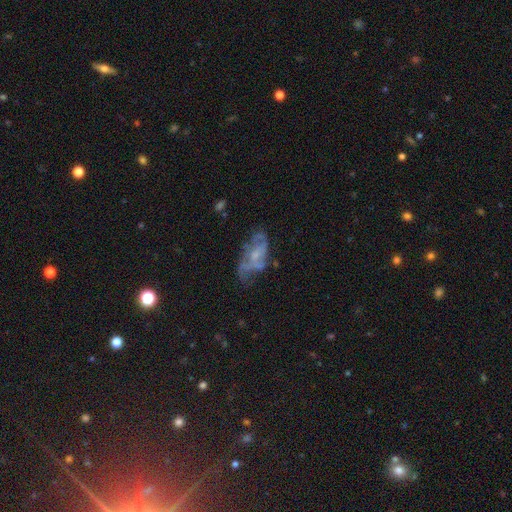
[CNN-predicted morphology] smooth_or_featured: featured or disk (p=0.65) [alt: smooth p=0.25]
disk_edge_on: no (p=0.93) [alt: yes p=0.07]
bar: no (p=0.72) [alt: weak p=0.24]
has_spiral_arms: yes (p=0.53) [alt: no p=0.47]
bulge_size: small (p=0.52) [alt: moderate p=0.26]
merging: none (p=0.46) [alt: minor disturbance p=0.26]